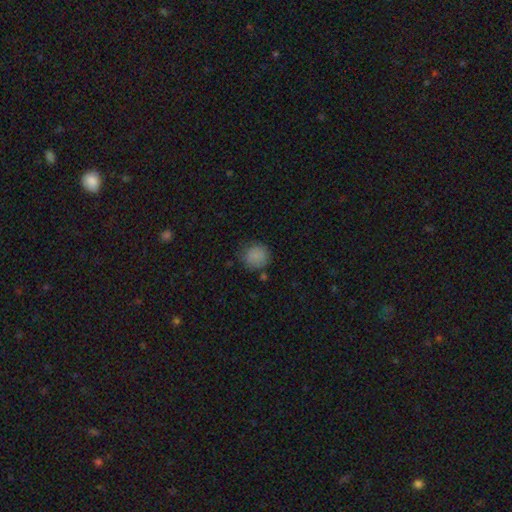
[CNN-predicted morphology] smooth_or_featured: smooth (p=0.85) [alt: star or artifact p=0.10]
how_rounded: round (p=0.88) [alt: in between p=0.11]
merging: none (p=0.76) [alt: minor disturbance p=0.16]